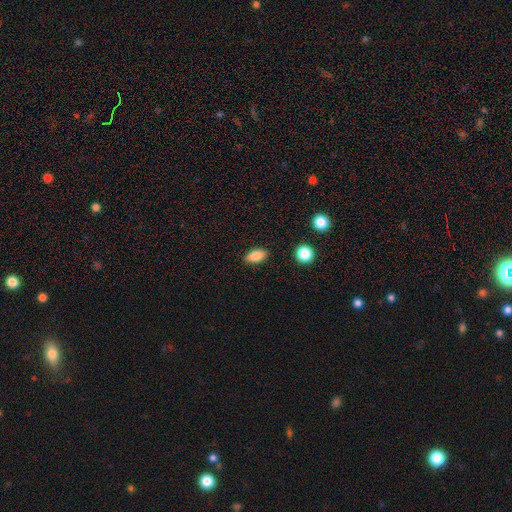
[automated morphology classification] The model was most divided on "smooth or featured": smooth: 85%, star or artifact: 8%, featured or disk: 7%. More confident: how rounded — in between (89%); merging — none (88%).